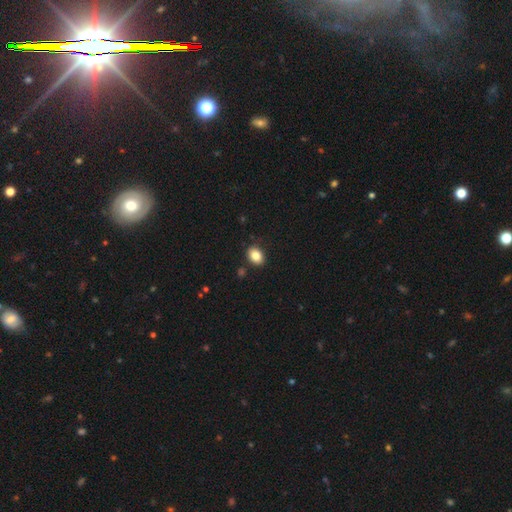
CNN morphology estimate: This appears to be a smooth galaxy with no disk features (84%) that is in between round and cigar-shaped (66%). Merging: none (86%).